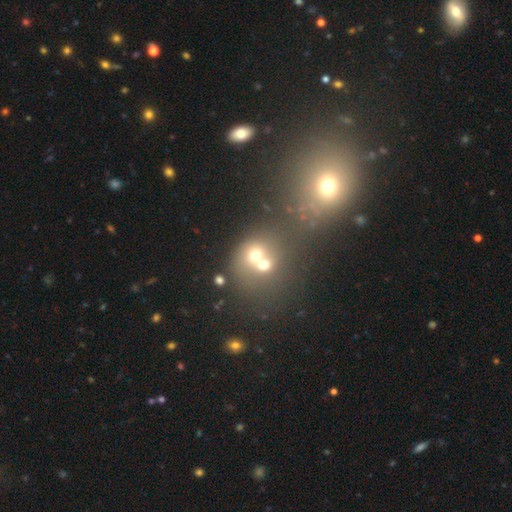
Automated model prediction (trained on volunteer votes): This is possibly a smooth galaxy (56%). How rounded: likely round (72%). Merging: possibly merger (59%).